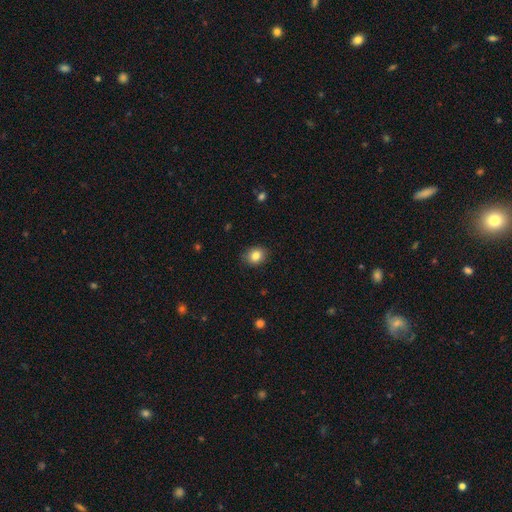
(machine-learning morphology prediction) A smooth galaxy with no disk features (84%) that is round (54%). Merging: none (85%).